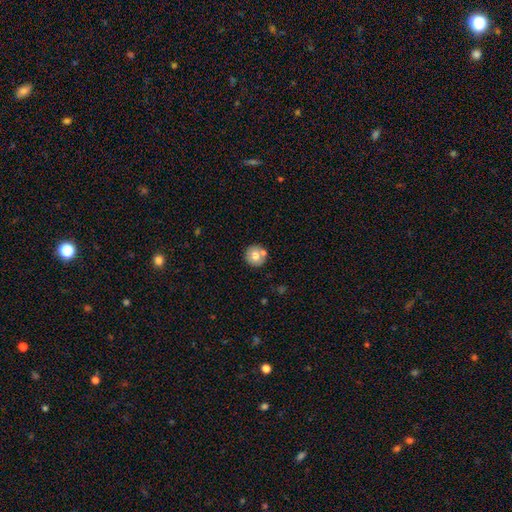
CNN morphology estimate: smooth 71%, featured or disk 20%, star or artifact 9%. Down the decision tree: how rounded — round (91%); merging — none (70%).